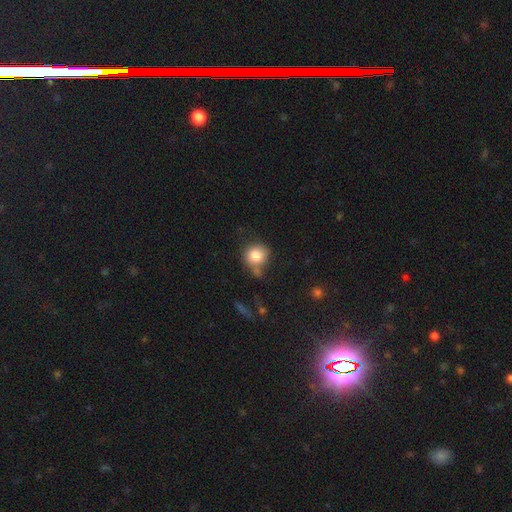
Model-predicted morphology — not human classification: Smooth or featured?
  - smooth: 82% *
  - star or artifact: 9%
  - featured or disk: 9%
How rounded?
  - round: 83% *
  - in between: 16%
  - cigar-shaped: 1%
Merging?
  - none: 54% *
  - minor disturbance: 22%
  - merger: 15%
  - major disturbance: 9%